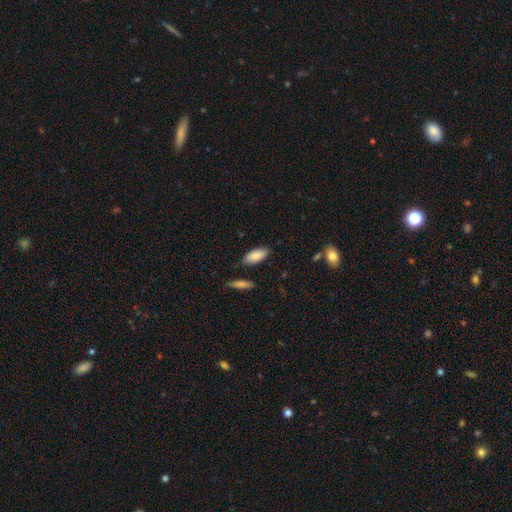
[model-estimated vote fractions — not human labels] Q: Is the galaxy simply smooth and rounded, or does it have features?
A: smooth — 86%.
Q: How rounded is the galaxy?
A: in between — 88%.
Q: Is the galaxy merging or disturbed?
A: none — 82%.